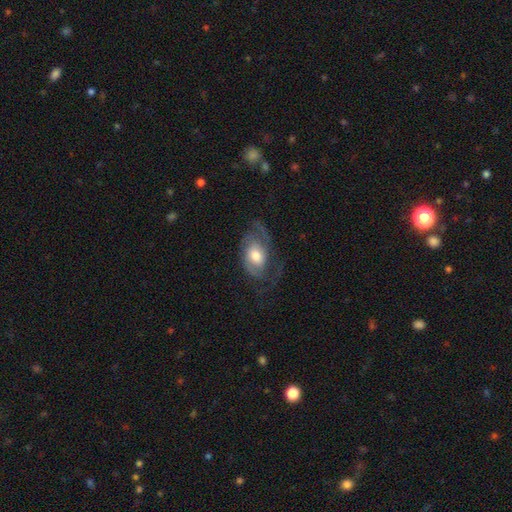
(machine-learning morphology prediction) Smooth or featured: featured or disk — 66% (smooth — 27%)
Edge-on disk: no — 96% (yes — 4%)
Bar: no — 66% (weak — 28%)
Spiral arms: yes — 85% (no — 15%)
Spiral winding: medium — 43% (loose — 31%)
Spiral arm count: 2 — 59% (can't tell — 18%)
Bulge size: moderate — 63% (large — 21%)
Merging: none — 50% (major disturbance — 27%)